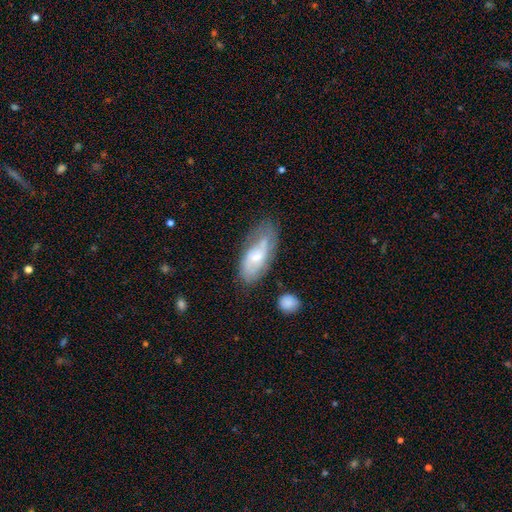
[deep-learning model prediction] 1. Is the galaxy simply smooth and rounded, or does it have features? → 55% featured or disk, 36% smooth, 10% star or artifact.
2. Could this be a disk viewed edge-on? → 86% no, 14% yes.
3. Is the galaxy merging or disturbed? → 66% none, 23% minor disturbance, 7% major disturbance, 4% merger.